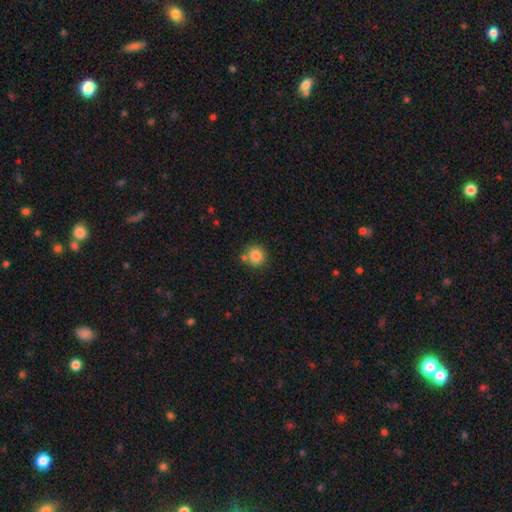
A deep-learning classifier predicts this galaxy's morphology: Smooth or featured?
  - smooth: 84% *
  - star or artifact: 10%
  - featured or disk: 6%
How rounded?
  - round: 90% *
  - in between: 9%
  - cigar-shaped: 1%
Merging?
  - none: 72% *
  - merger: 14%
  - minor disturbance: 11%
  - major disturbance: 3%